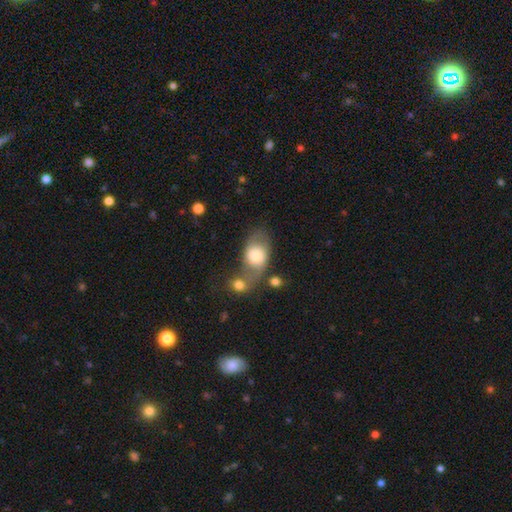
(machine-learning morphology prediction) Q: Smooth or featured?
A: smooth (68%); runner-up: featured or disk (25%)
Q: How rounded?
A: in between (73%); runner-up: round (25%)
Q: Merging?
A: merger (39%); runner-up: none (32%)